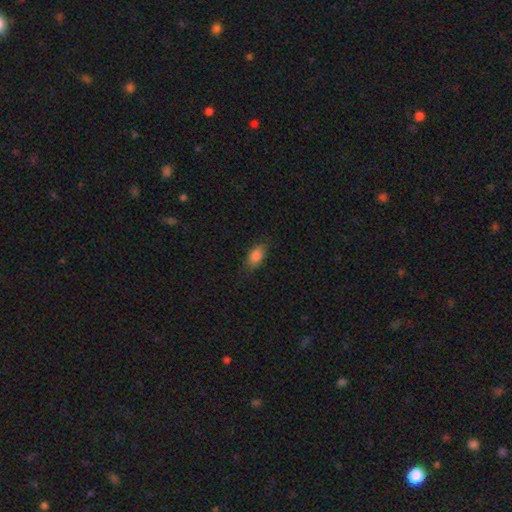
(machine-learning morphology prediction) smooth-or-featured: smooth: 86% | star or artifact: 8% | featured or disk: 5%
  how-rounded: in between: 90% | round: 6% | cigar-shaped: 4%
  merging: none: 77% | minor disturbance: 17% | major disturbance: 4% | merger: 1%